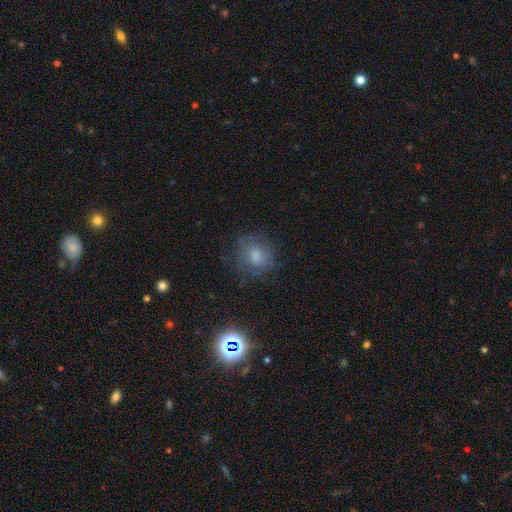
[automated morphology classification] A smooth galaxy with no disk features (60%) that is round (77%).

Vote fractions:
- Smooth or featured? smooth: 60% / star or artifact: 23% / featured or disk: 17%
- How rounded? round: 77% / in between: 22% / cigar-shaped: 1%
- Merging? none: 74% / minor disturbance: 16% / major disturbance: 8% / merger: 2%